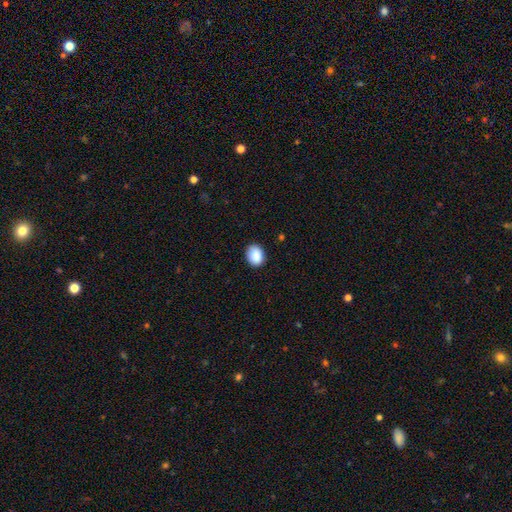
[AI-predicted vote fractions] This appears to be a smooth galaxy with no disk features (90%) that is in between round and cigar-shaped (63%). Merging: none (87%).